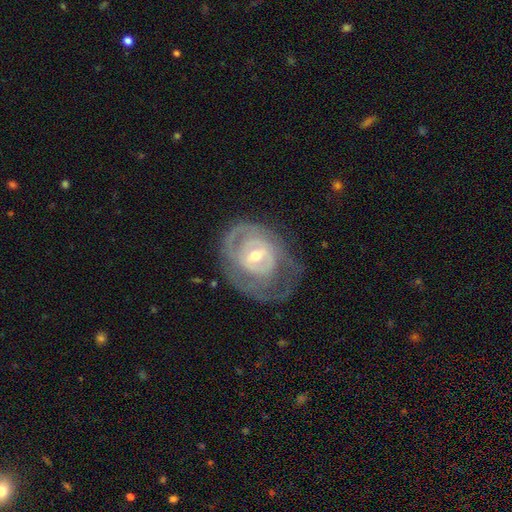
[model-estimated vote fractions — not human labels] Overall: featured or disk (80%). Edge-on disk: no (96%). Bar: weak (47%; no 36%). Spiral arms: yes (74%). Spiral arm count: can't tell (44%; 2 30%). Spiral winding: tight (64%; medium 26%). Bulge size: moderate (53%; small 42%). Merging: none (52%; minor disturbance 24%).